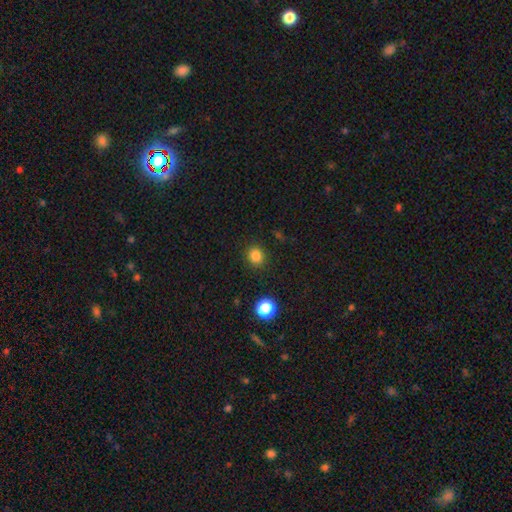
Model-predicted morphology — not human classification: smooth-or-featured: smooth: 83% | star or artifact: 13% | featured or disk: 4%
  how-rounded: round: 84% | in between: 15% | cigar-shaped: 1%
  merging: none: 90% | minor disturbance: 6% | major disturbance: 2% | merger: 1%